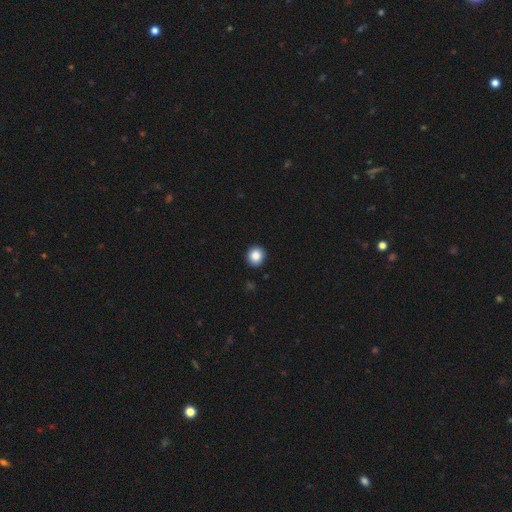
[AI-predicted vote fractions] smooth 86%, star or artifact 9%, featured or disk 5%. Down the decision tree: how rounded — round (88%); merging — none (92%).